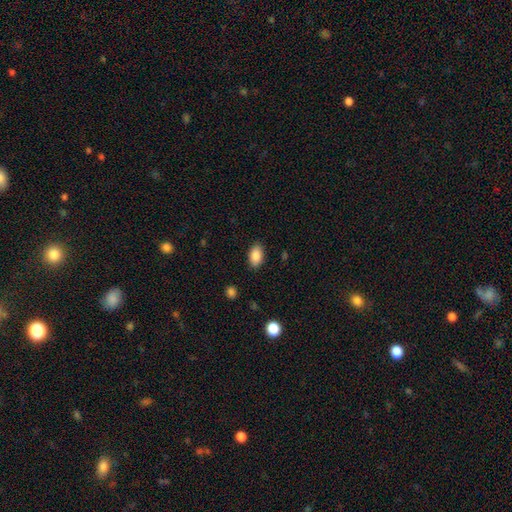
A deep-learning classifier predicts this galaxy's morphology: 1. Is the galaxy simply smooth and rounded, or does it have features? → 87% smooth, 8% star or artifact, 5% featured or disk.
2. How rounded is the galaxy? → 92% in between, 6% round, 2% cigar-shaped.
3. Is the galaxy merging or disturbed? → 87% none, 9% minor disturbance, 2% major disturbance, 1% merger.